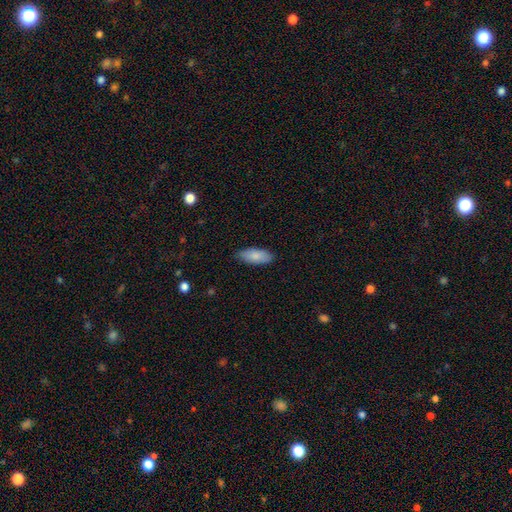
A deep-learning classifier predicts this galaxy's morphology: type=smooth (84%); roundness=in between (86%); merging=none (85%).